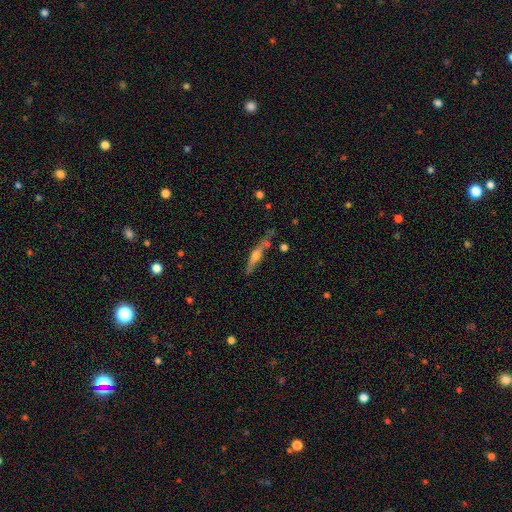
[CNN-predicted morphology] Q: Smooth or featured?
A: featured or disk (59%); runner-up: smooth (35%)
Q: Edge-on disk?
A: yes (92%); runner-up: no (8%)
Q: Edge-on bulge?
A: rounded (86%); runner-up: none (9%)
Q: Merging?
A: none (68%); runner-up: minor disturbance (20%)